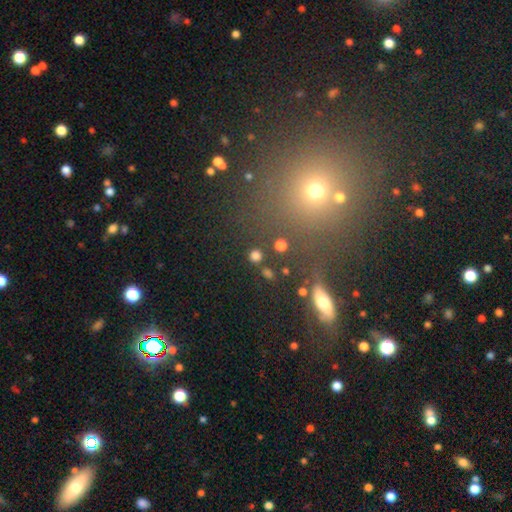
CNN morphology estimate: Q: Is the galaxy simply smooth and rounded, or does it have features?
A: smooth — 78%.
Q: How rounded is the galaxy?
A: round — 89%.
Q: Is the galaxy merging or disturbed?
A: none — 83%.